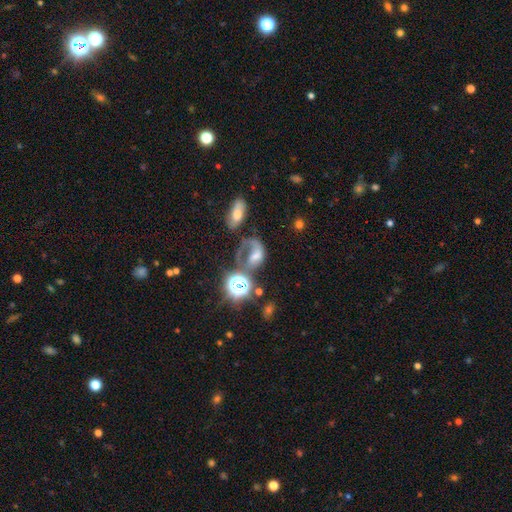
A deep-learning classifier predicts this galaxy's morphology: A featured or disk galaxy (49%).

Vote fractions:
- Smooth or featured? featured or disk: 49% / smooth: 31% / star or artifact: 20%
- Merging? major disturbance: 42% / none: 23% / merger: 21% / minor disturbance: 14%